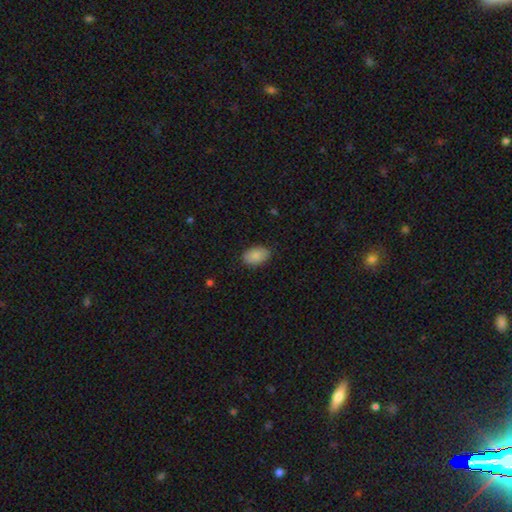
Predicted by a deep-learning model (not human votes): Smooth or featured? smooth (85%)
How rounded? in between (90%)
Merging? none (85%)